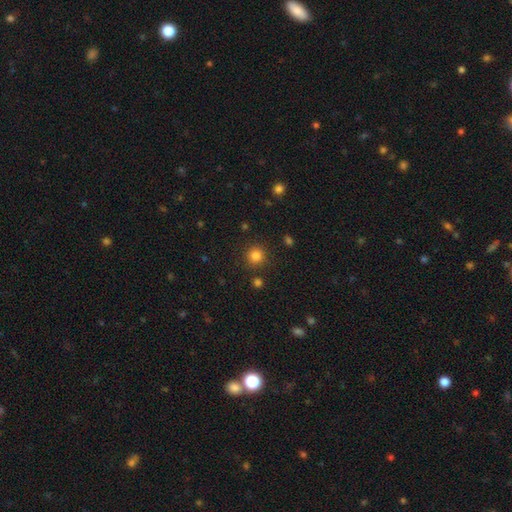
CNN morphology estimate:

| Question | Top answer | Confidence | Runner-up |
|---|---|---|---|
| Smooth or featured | smooth | 82% | star or artifact (13%) |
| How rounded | round | 93% | in between (6%) |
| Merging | none | 88% | minor disturbance (7%) |